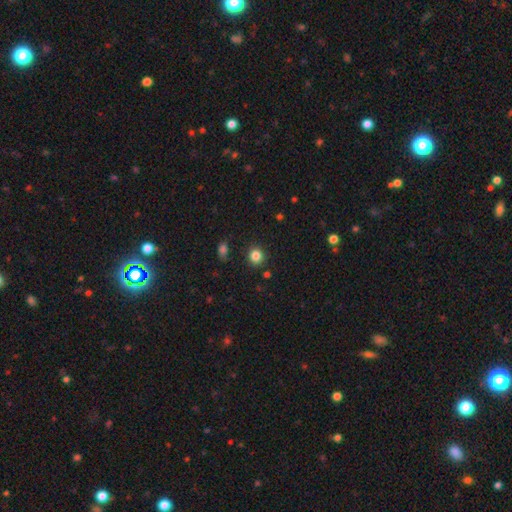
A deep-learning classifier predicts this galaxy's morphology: This is clearly a smooth galaxy (83%). How rounded: clearly round (88%). Merging: clearly none (89%).